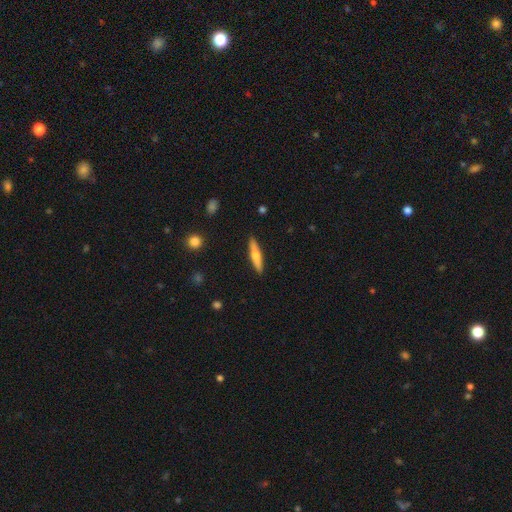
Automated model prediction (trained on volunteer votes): This is possibly a smooth galaxy (56%). How rounded: clearly cigar-shaped (87%). Merging: clearly none (90%).